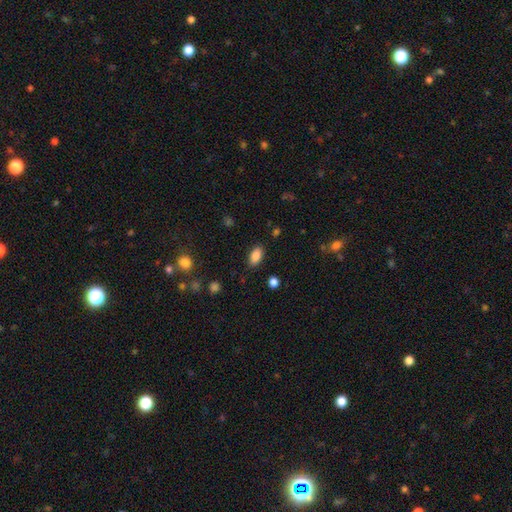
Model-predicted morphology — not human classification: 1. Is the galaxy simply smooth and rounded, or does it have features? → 87% smooth, 9% star or artifact, 5% featured or disk.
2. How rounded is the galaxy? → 91% in between, 4% round, 4% cigar-shaped.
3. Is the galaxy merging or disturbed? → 86% none, 10% minor disturbance, 3% major disturbance, 1% merger.